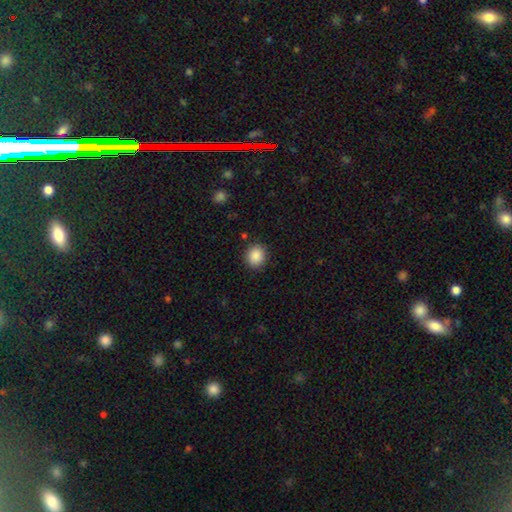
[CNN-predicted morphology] A smooth galaxy with no disk features (88%) that is round (77%). Merging: none (89%).